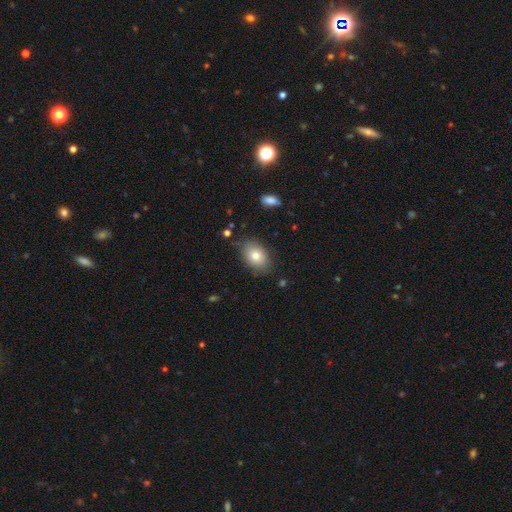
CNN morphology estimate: smooth 78%, featured or disk 13%, star or artifact 9%. Down the decision tree: how rounded — in between (80%); merging — none (79%).